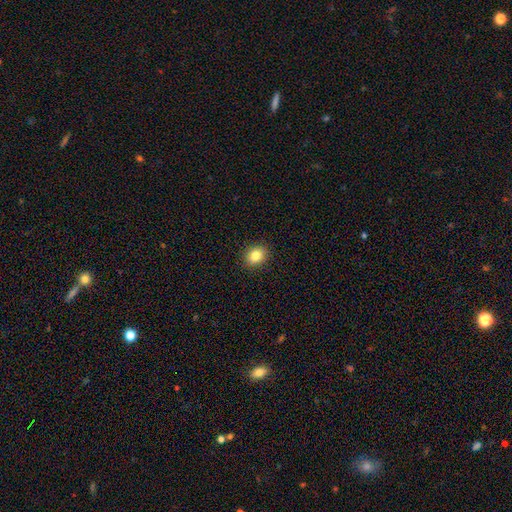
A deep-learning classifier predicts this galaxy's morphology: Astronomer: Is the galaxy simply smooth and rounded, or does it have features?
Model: smooth — 84%.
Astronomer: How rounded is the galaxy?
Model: round — 55% (runner-up: in between, 44%).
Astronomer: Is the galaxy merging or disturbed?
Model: none — 91%.